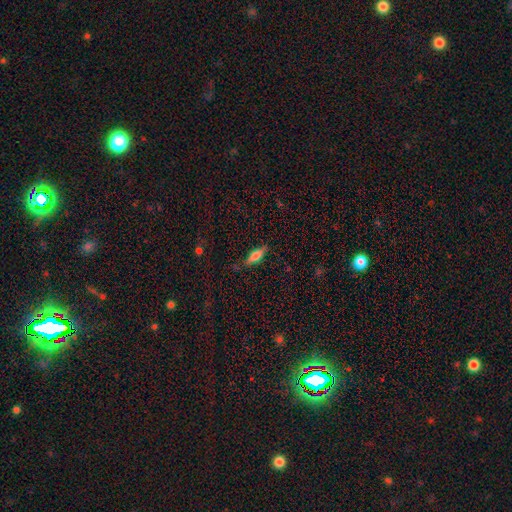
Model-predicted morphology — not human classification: Q: Smooth or featured?
A: smooth (57%); runner-up: featured or disk (36%)
Q: How rounded?
A: cigar-shaped (54%); runner-up: in between (44%)
Q: Merging?
A: none (81%); runner-up: minor disturbance (14%)